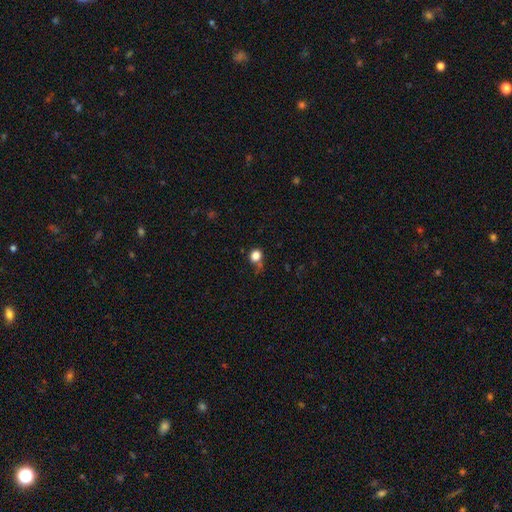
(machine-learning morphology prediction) smooth-or-featured: smooth: 80% | star or artifact: 14% | featured or disk: 6%
  how-rounded: round: 79% | in between: 20% | cigar-shaped: 1%
  merging: none: 56% | minor disturbance: 22% | major disturbance: 12% | merger: 10%